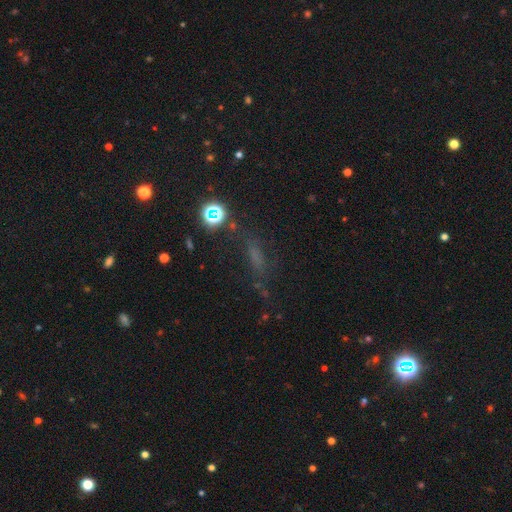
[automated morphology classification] Smooth or featured? Predicted: smooth (p=0.38). Merging? Predicted: none (p=0.58).